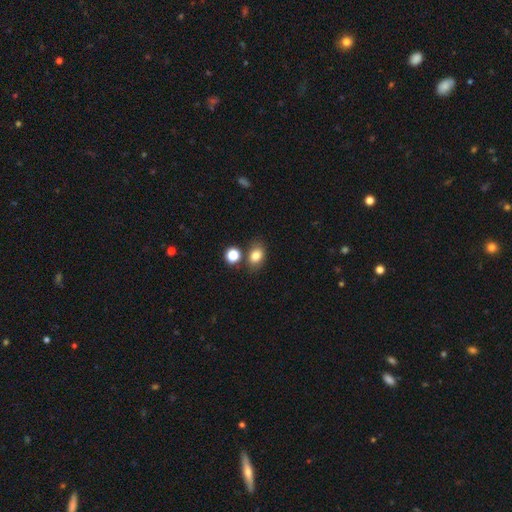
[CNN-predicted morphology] A smooth galaxy with no disk features (81%) that is in between round and cigar-shaped (65%).

Vote fractions:
- Smooth or featured? smooth: 81% / star or artifact: 11% / featured or disk: 8%
- How rounded? in between: 65% / round: 34% / cigar-shaped: 1%
- Merging? none: 71% / minor disturbance: 13% / merger: 12% / major disturbance: 4%